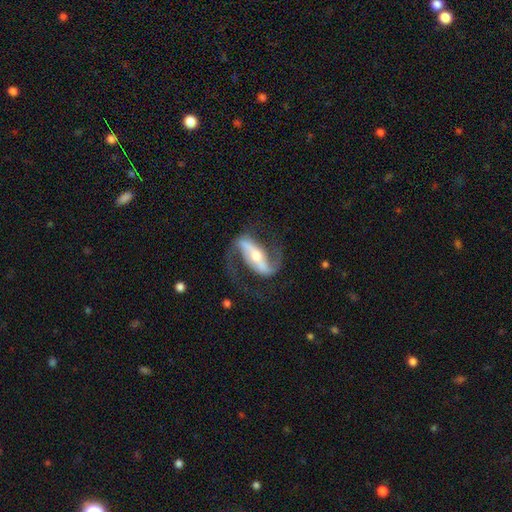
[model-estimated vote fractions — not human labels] The model was most divided on "spiral winding": loose: 48%, medium: 41%, tight: 11%. More confident: spiral arms — yes (95%); edge-on disk — no (92%); spiral arm count — 2 (91%); smooth or featured — featured or disk (89%); merging — none (70%); bar — strong (69%); bulge size — moderate (55%).